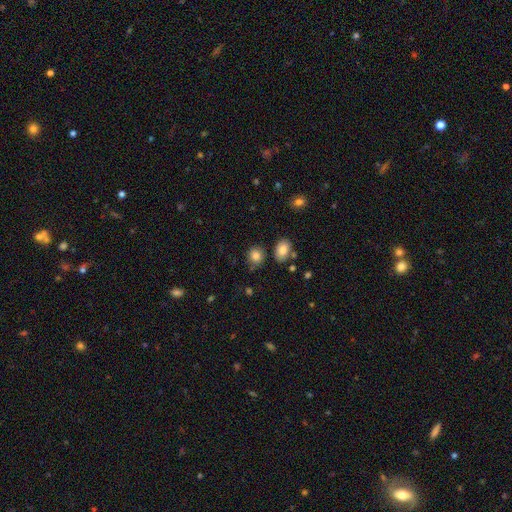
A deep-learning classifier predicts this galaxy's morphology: Smooth or featured? smooth (84%)
How rounded? round (63%)
Merging? none (73%)